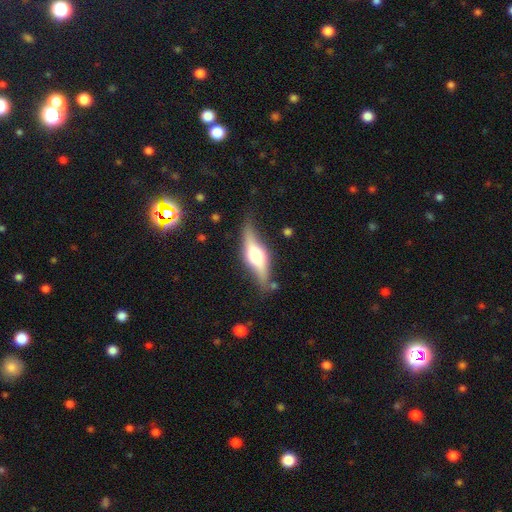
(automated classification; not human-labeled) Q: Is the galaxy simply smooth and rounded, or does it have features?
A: featured or disk — 66%.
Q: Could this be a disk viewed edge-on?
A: yes — 85%.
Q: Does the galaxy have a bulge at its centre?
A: rounded — 92%.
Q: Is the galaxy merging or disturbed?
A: none — 73%.